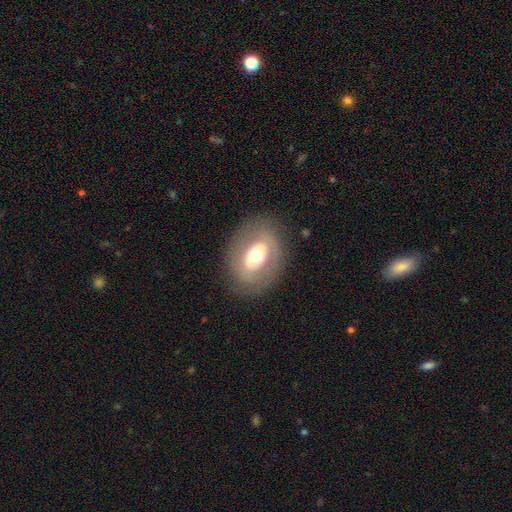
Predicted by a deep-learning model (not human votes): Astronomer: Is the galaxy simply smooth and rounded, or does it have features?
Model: smooth — 49% (runner-up: featured or disk, 43%).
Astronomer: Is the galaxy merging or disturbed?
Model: none — 80%.